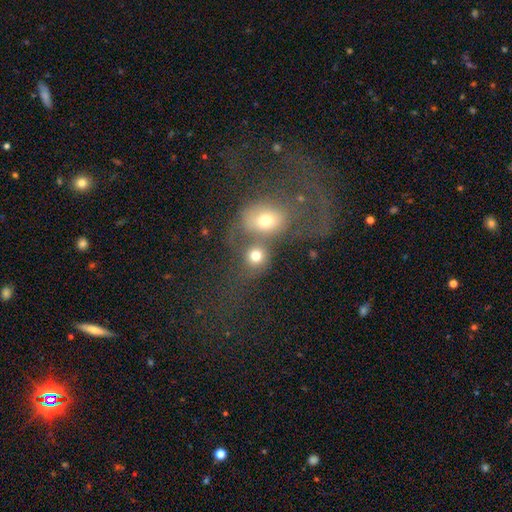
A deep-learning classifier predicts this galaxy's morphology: smooth 71%, featured or disk 16%, star or artifact 13%. Down the decision tree: how rounded — round (73%); merging — merger (55%).